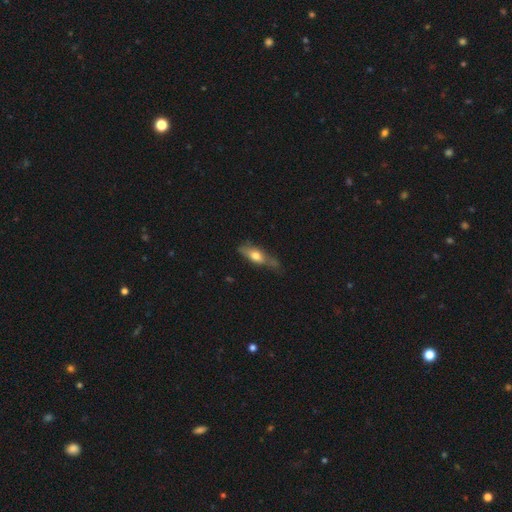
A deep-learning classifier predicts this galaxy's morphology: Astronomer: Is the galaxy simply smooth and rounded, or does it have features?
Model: smooth — 58% (runner-up: featured or disk, 35%).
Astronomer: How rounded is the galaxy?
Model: in between — 55% (runner-up: cigar-shaped, 41%).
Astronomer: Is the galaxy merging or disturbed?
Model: none — 49% (runner-up: minor disturbance, 33%).